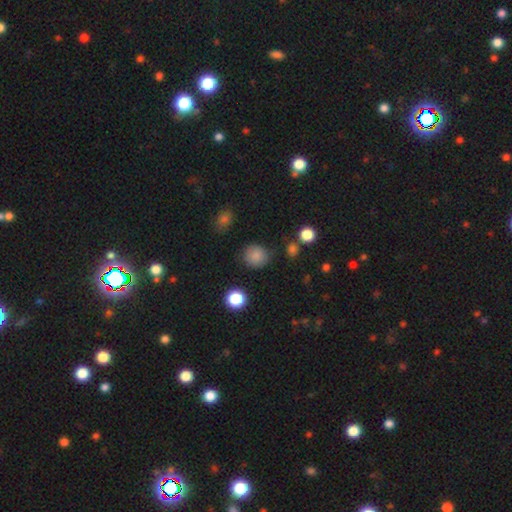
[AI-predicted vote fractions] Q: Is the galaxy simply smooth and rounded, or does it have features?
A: smooth — 84%.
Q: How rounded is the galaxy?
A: round — 87%.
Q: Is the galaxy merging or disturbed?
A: none — 81%.